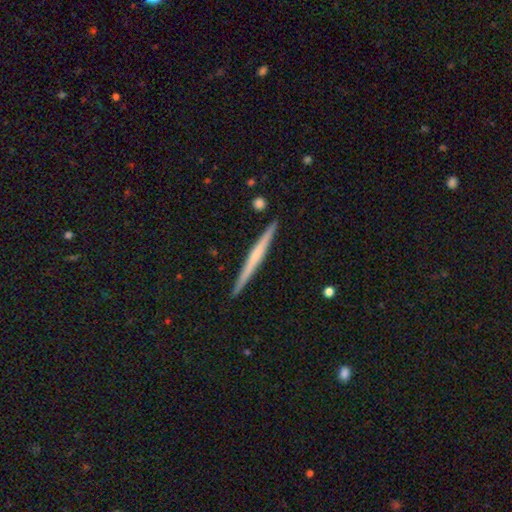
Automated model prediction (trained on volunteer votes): Overall: featured or disk (58%; smooth 36%). Edge-on disk: yes (98%). Edge-on bulge: none (63%; rounded 28%). Merging: none (92%).